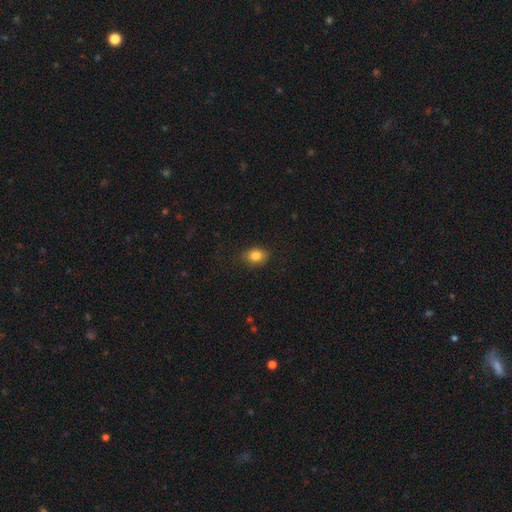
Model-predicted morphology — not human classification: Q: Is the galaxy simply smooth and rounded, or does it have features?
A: smooth — 84%.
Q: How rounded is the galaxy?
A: in between — 57%.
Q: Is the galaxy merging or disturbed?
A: none — 81%.